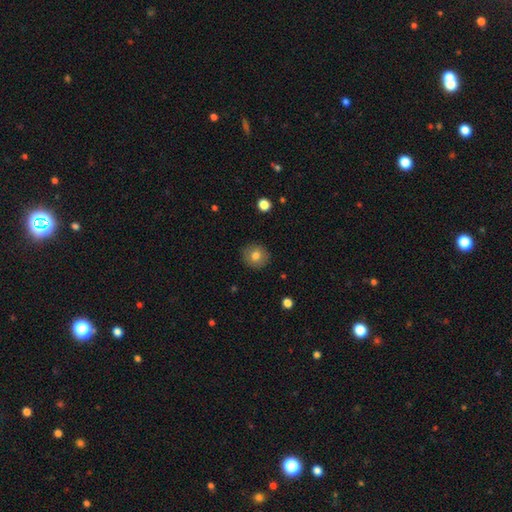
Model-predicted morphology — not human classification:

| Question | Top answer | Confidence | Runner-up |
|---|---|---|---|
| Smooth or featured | smooth | 79% | featured or disk (12%) |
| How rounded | round | 90% | in between (10%) |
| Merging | none | 89% | minor disturbance (7%) |